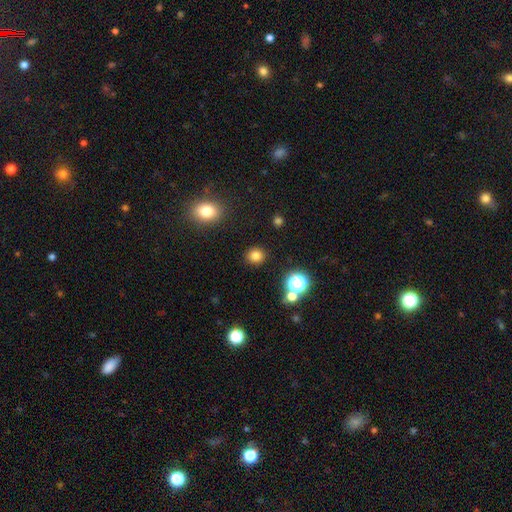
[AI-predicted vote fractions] smooth 79%, star or artifact 16%, featured or disk 5%. Down the decision tree: how rounded — round (87%); merging — none (89%).